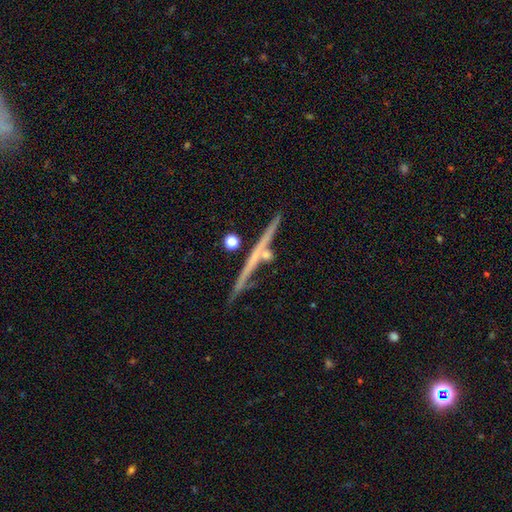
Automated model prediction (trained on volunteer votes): Morphology: type=featured or disk (67%); edge-on=yes (97%); edge-on bulge=none (72%); merging=none (80%).